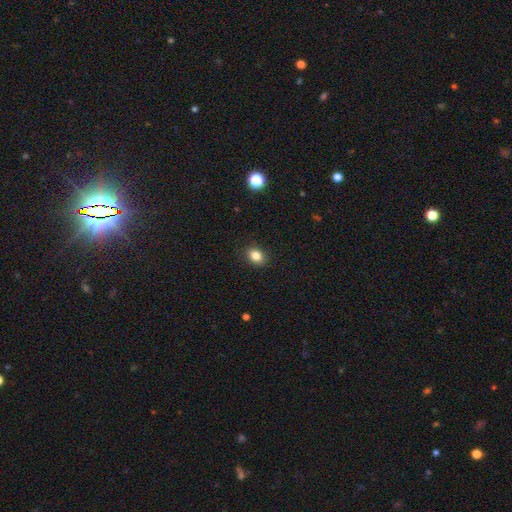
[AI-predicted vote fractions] This is clearly a smooth galaxy (84%). How rounded: likely in between (67%). Merging: clearly none (89%).